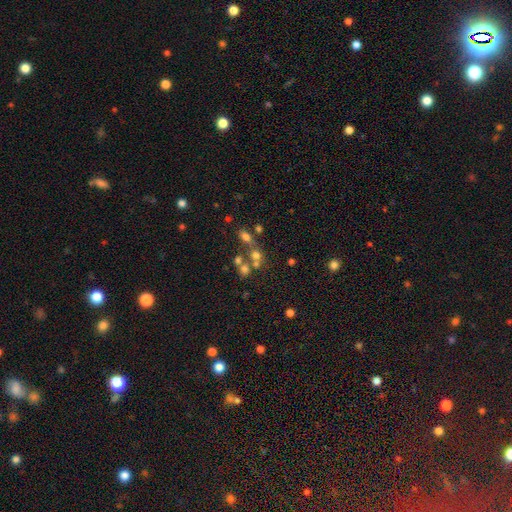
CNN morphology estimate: A smooth galaxy with no disk features (43%). Merging: none (44%).